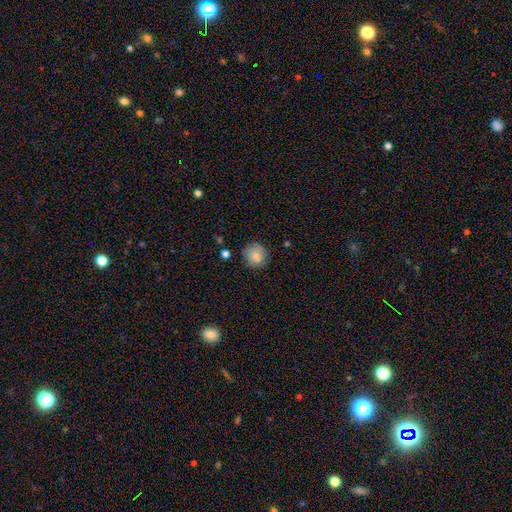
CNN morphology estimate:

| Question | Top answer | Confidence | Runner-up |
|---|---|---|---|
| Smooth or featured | smooth | 83% | star or artifact (9%) |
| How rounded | round | 87% | in between (12%) |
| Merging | none | 79% | minor disturbance (14%) |